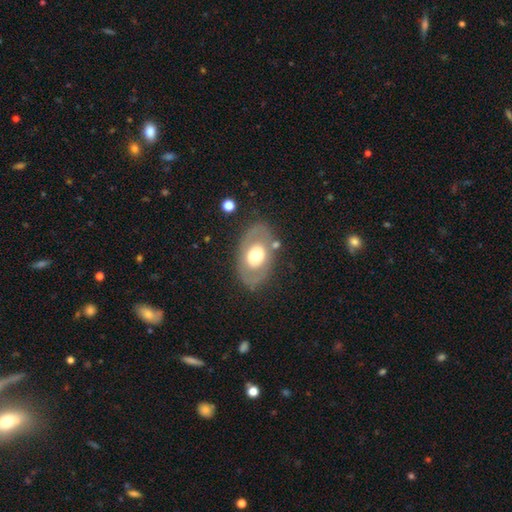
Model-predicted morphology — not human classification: Smooth or featured?
  - featured or disk: 52% *
  - smooth: 41%
  - star or artifact: 6%
Edge-on disk?
  - no: 91% *
  - yes: 9%
Merging?
  - none: 76% *
  - minor disturbance: 13%
  - major disturbance: 8%
  - merger: 3%